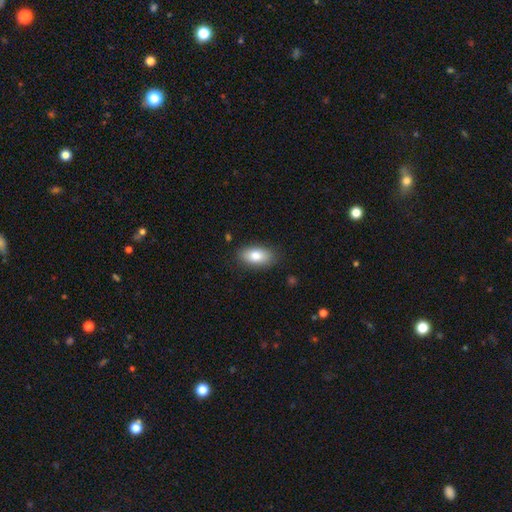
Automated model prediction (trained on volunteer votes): Smooth or featured? Predicted: smooth (p=0.82). How rounded? Predicted: in between (p=0.91). Merging? Predicted: none (p=0.85).